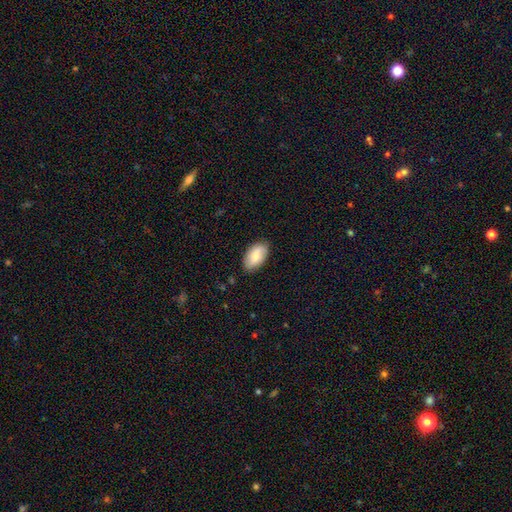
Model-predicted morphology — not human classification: A smooth galaxy with no disk features (78%) that is in between round and cigar-shaped (94%).

Vote fractions:
- Smooth or featured? smooth: 78% / featured or disk: 16% / star or artifact: 6%
- How rounded? in between: 94% / round: 4% / cigar-shaped: 2%
- Merging? none: 84% / minor disturbance: 13% / major disturbance: 2% / merger: 1%